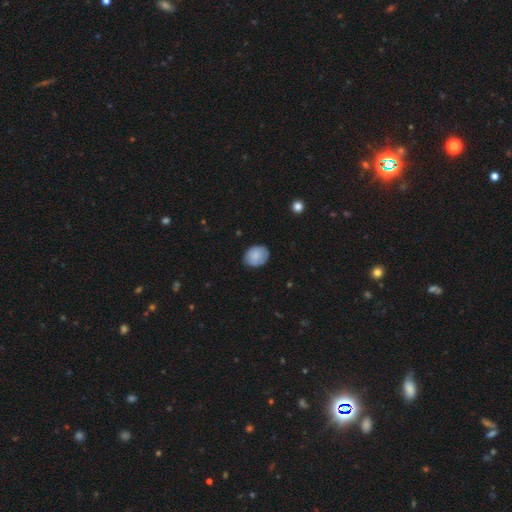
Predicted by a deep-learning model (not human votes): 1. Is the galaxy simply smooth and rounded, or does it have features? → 84% smooth, 9% featured or disk, 7% star or artifact.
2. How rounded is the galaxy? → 52% in between, 47% round, 1% cigar-shaped.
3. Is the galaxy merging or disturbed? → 80% none, 16% minor disturbance, 3% major disturbance, 1% merger.